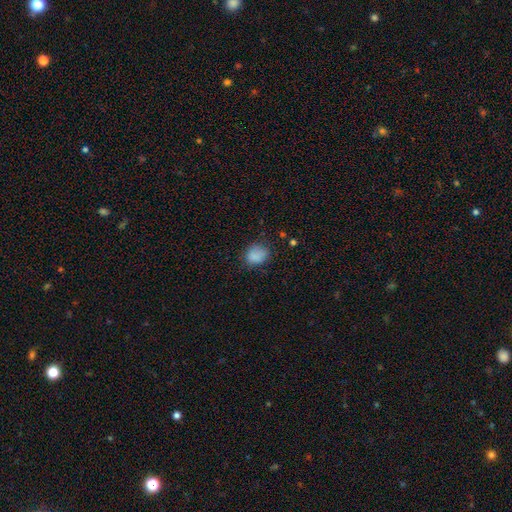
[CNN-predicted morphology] smooth-or-featured: smooth: 84% | star or artifact: 10% | featured or disk: 6%
  how-rounded: round: 51% | in between: 48% | cigar-shaped: 1%
  merging: none: 68% | minor disturbance: 23% | major disturbance: 7% | merger: 2%